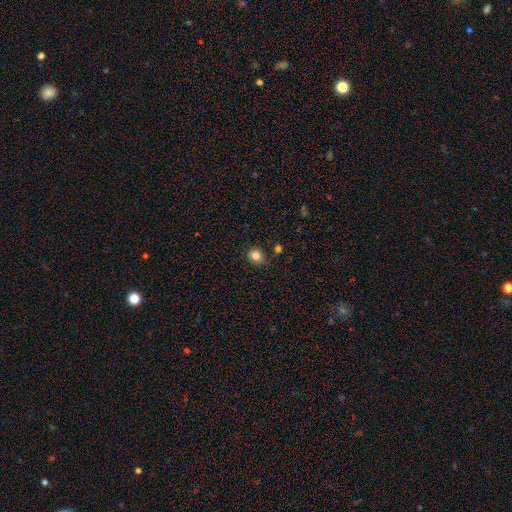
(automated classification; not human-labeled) smooth_or_featured: smooth (p=0.84) [alt: star or artifact p=0.11]
how_rounded: round (p=0.71) [alt: in between p=0.28]
merging: none (p=0.85) [alt: minor disturbance p=0.10]